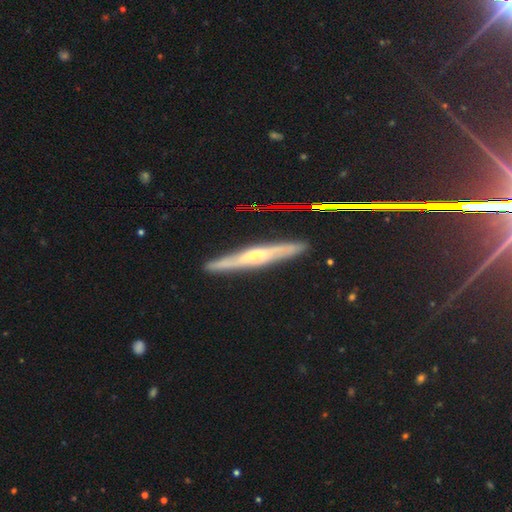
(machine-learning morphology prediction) type=featured or disk (67%); edge-on=yes (91%); edge-on bulge=rounded (55%); merging=none (87%).